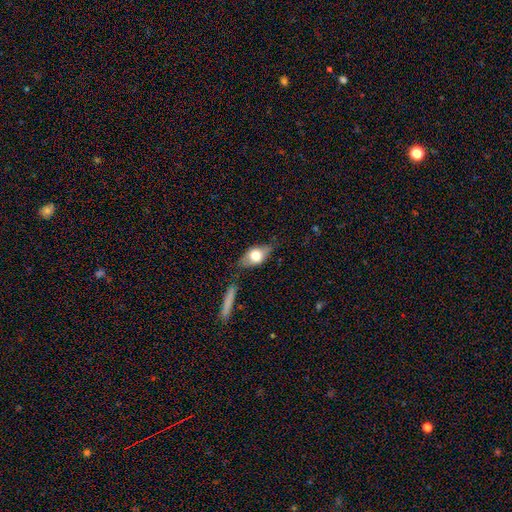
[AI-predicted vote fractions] Overall: smooth (57%; featured or disk 36%). How rounded: in between (79%). Merging: none (64%).